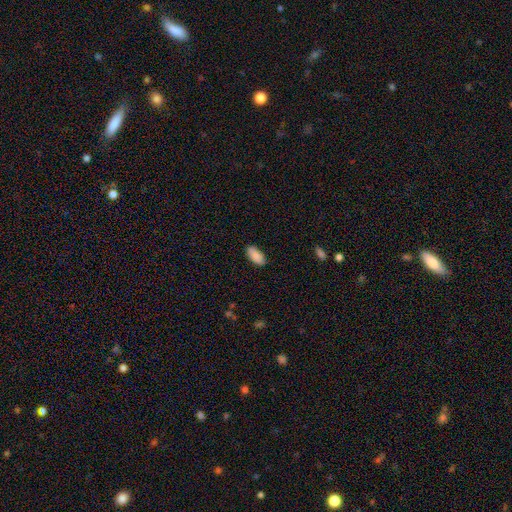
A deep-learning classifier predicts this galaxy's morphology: Smooth or featured? smooth (88%)
How rounded? in between (91%)
Merging? none (86%)